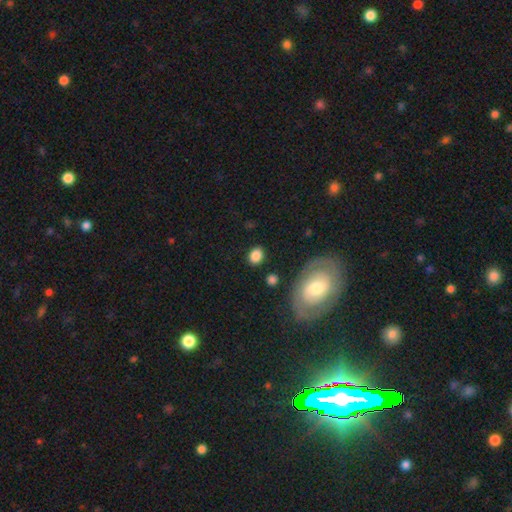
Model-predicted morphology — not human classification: Smooth or featured: smooth — 83% (star or artifact — 9%)
How rounded: in between — 52% (round — 47%)
Merging: none — 83% (minor disturbance — 11%)